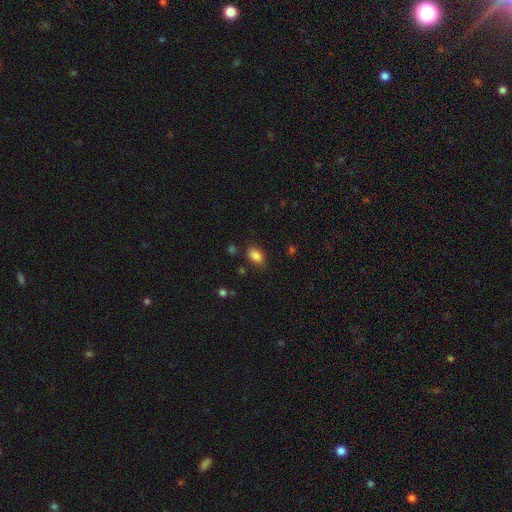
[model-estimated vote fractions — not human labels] Smooth or featured? Predicted: smooth (p=0.85). How rounded? Predicted: in between (p=0.85). Merging? Predicted: none (p=0.75).